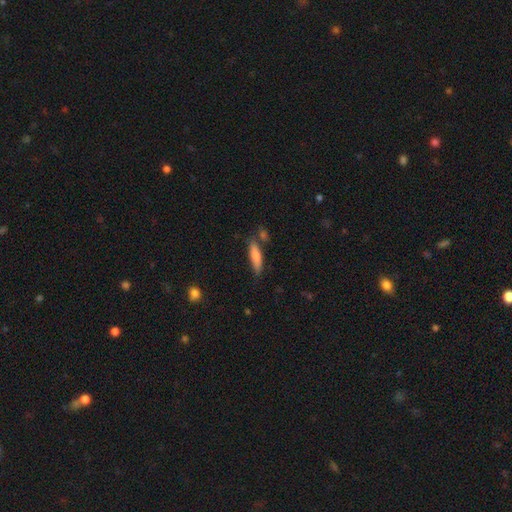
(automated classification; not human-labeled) Smooth or featured: smooth — 78% (featured or disk — 16%)
How rounded: cigar-shaped — 70% (in between — 28%)
Merging: none — 68% (minor disturbance — 18%)